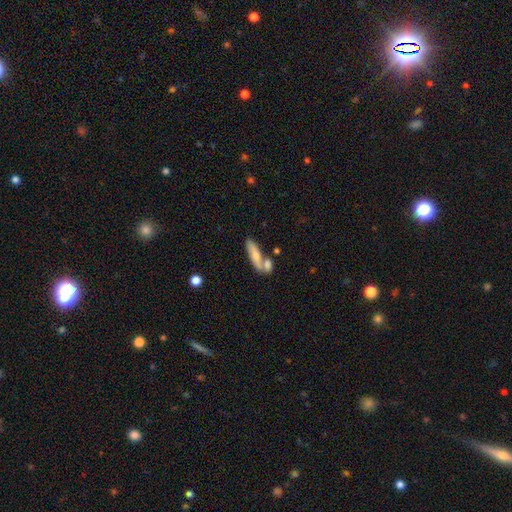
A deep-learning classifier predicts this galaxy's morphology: Q: Smooth or featured?
A: smooth (69%); runner-up: featured or disk (24%)
Q: How rounded?
A: cigar-shaped (59%); runner-up: in between (38%)
Q: Merging?
A: none (46%); runner-up: merger (34%)